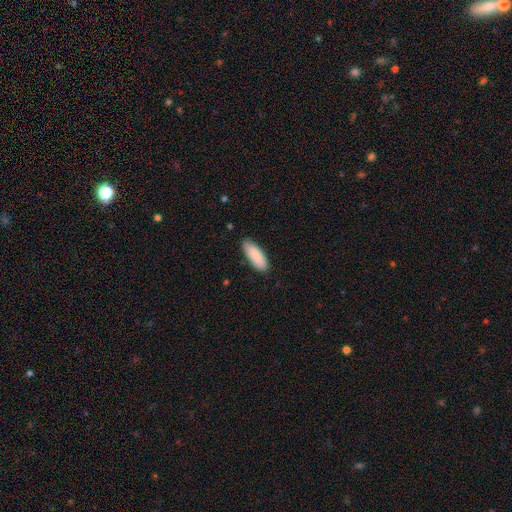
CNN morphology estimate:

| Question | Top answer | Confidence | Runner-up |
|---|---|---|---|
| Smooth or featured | smooth | 89% | star or artifact (5%) |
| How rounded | in between | 73% | cigar-shaped (25%) |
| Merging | none | 85% | minor disturbance (12%) |